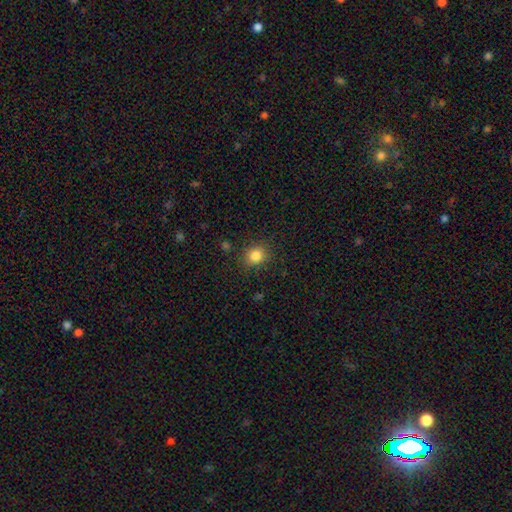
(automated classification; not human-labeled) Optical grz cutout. It shows a smooth galaxy with no disk features (83%) that is round (74%). Merging: none (85%).